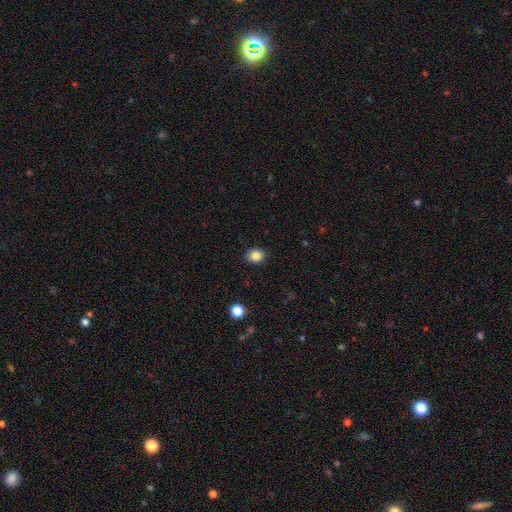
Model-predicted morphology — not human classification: smooth-or-featured: smooth: 84% | star or artifact: 10% | featured or disk: 5%
  how-rounded: round: 53% | in between: 46% | cigar-shaped: 1%
  merging: none: 89% | minor disturbance: 8% | major disturbance: 2% | merger: 1%